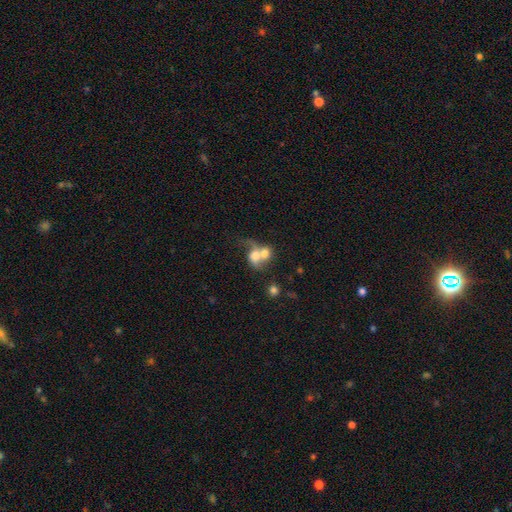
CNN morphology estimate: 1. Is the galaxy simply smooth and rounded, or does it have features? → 56% smooth, 35% featured or disk, 10% star or artifact.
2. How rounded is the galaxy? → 58% round, 40% in between, 2% cigar-shaped.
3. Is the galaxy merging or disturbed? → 74% merger, 11% none, 10% major disturbance, 5% minor disturbance.